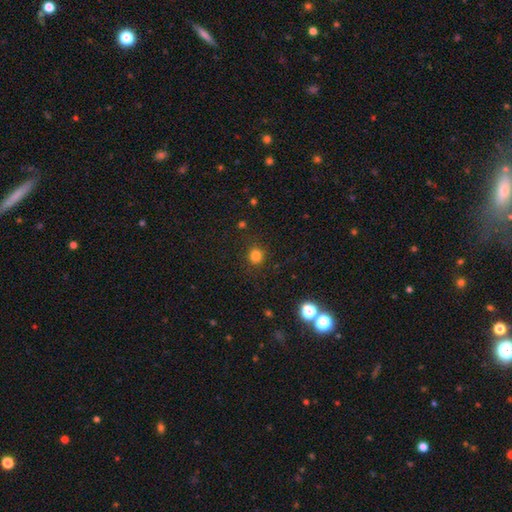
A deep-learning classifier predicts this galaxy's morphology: smooth 81%, star or artifact 15%, featured or disk 4%. Down the decision tree: how rounded — round (90%); merging — none (88%).